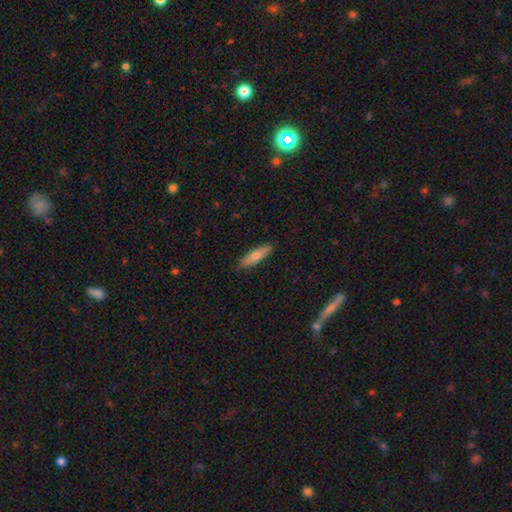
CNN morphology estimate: Smooth or featured: smooth — 65% (featured or disk — 29%)
How rounded: cigar-shaped — 63% (in between — 35%)
Merging: none — 88% (minor disturbance — 9%)